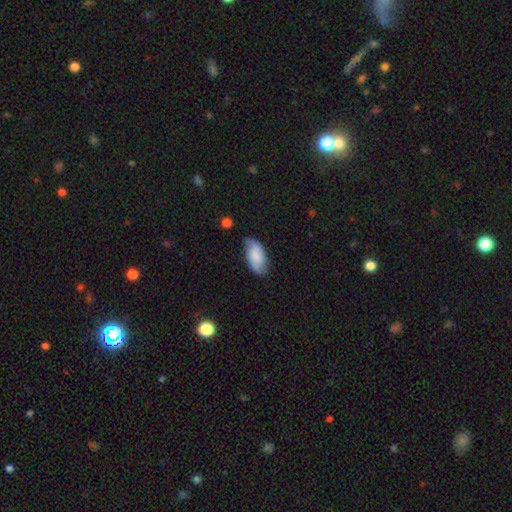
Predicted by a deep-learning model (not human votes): Overall: smooth (70%). How rounded: in between (94%). Merging: none (62%; minor disturbance 30%).